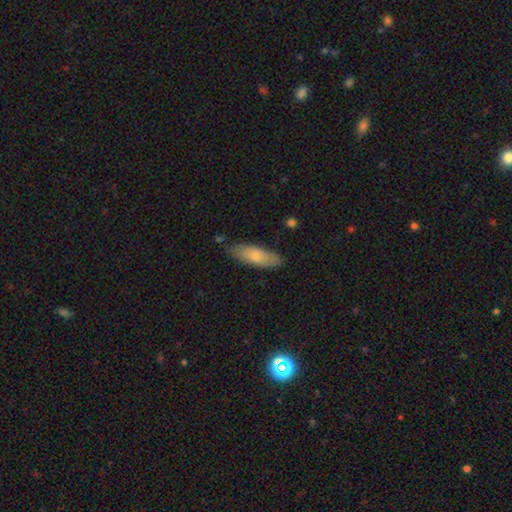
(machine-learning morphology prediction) smooth_or_featured: smooth (p=0.74) [alt: featured or disk p=0.21]
how_rounded: in between (p=0.60) [alt: cigar-shaped p=0.38]
merging: none (p=0.78) [alt: minor disturbance p=0.17]